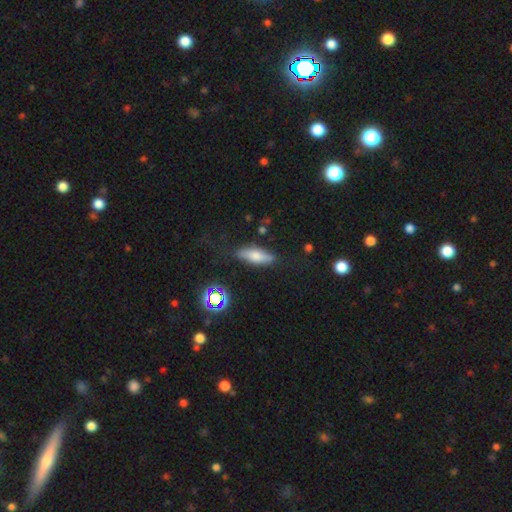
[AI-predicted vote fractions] smooth 60%, featured or disk 28%, star or artifact 12%. Down the decision tree: how rounded — in between (51%); merging — none (76%).